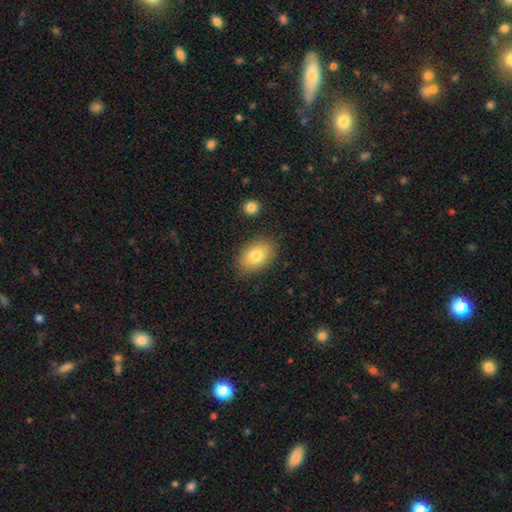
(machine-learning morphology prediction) Smooth or featured? Predicted: smooth (p=0.80). How rounded? Predicted: in between (p=0.87). Merging? Predicted: none (p=0.85).